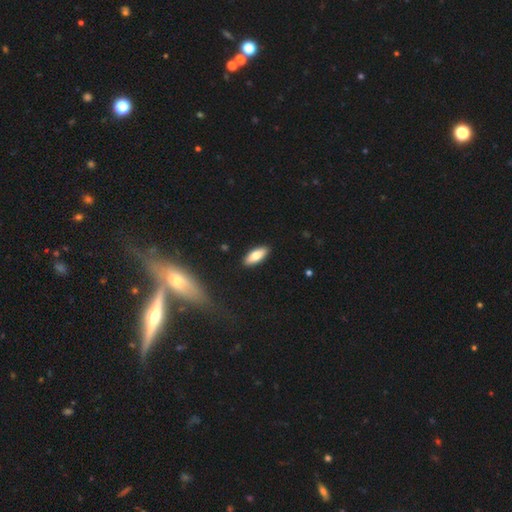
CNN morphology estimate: Overall: smooth (78%). How rounded: in between (74%). Merging: none (89%).